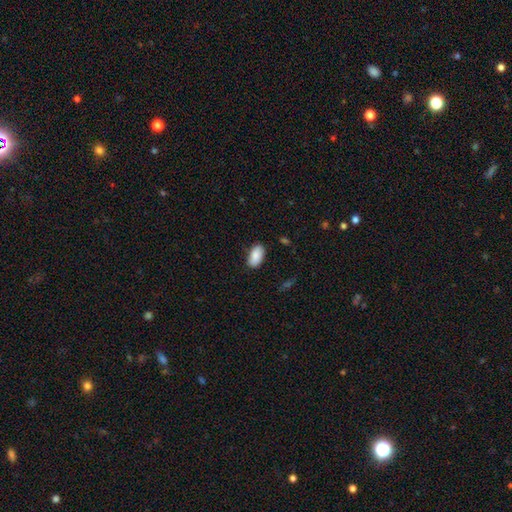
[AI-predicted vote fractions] A smooth galaxy with no disk features (88%) that is in between round and cigar-shaped (94%).

Vote fractions:
- Smooth or featured? smooth: 88% / star or artifact: 6% / featured or disk: 5%
- How rounded? in between: 94% / cigar-shaped: 3% / round: 3%
- Merging? none: 83% / minor disturbance: 13% / major disturbance: 2% / merger: 1%